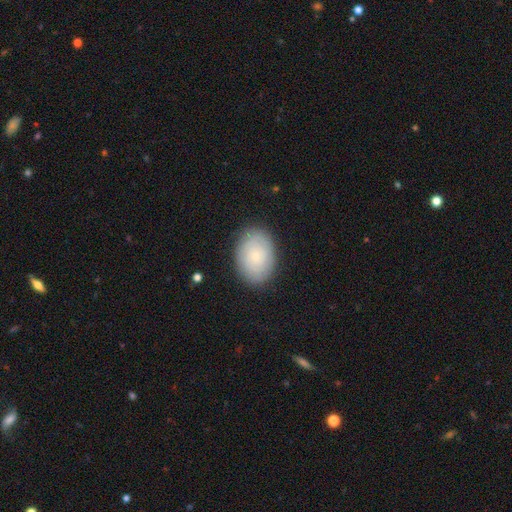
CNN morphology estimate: Smooth or featured: smooth — 51% (featured or disk — 40%)
How rounded: in between — 78% (round — 21%)
Merging: none — 83% (minor disturbance — 12%)